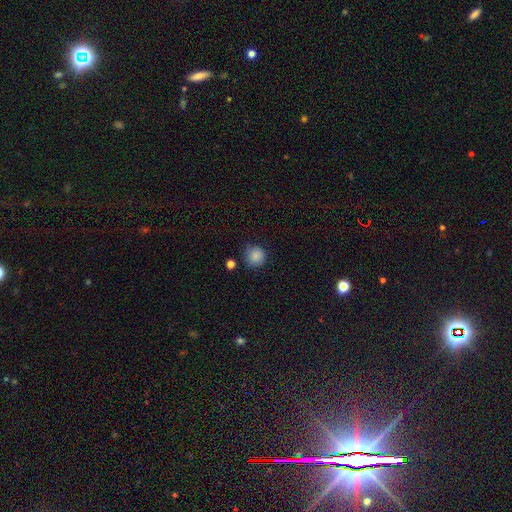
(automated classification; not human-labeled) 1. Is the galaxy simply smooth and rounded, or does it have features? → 87% smooth, 10% star or artifact, 4% featured or disk.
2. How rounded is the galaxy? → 91% round, 8% in between, 1% cigar-shaped.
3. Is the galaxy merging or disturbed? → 76% none, 17% minor disturbance, 4% major disturbance, 3% merger.